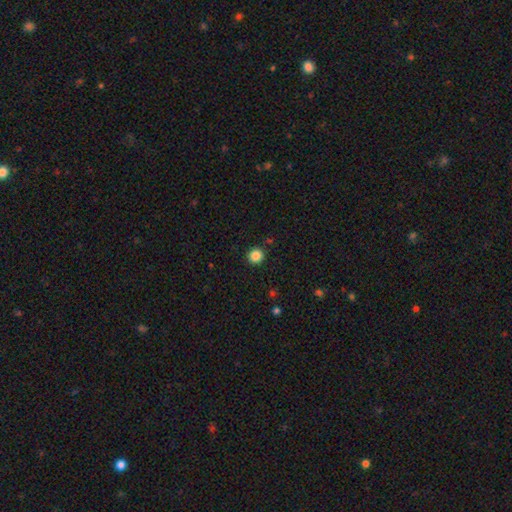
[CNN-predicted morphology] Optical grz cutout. It shows a smooth galaxy with no disk features (85%) that is round (94%). Merging: none (92%).